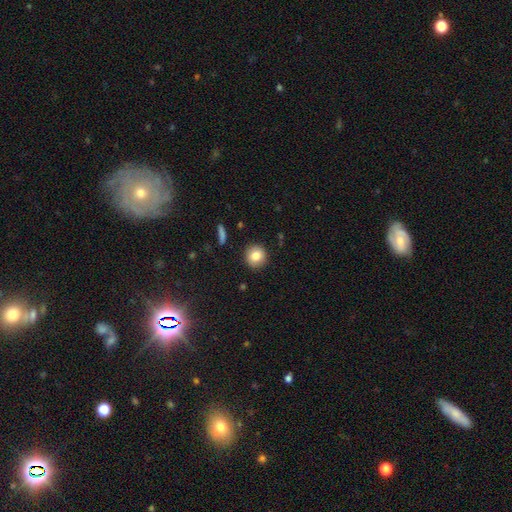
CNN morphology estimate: The model was most divided on "smooth or featured": smooth: 83%, star or artifact: 9%, featured or disk: 8%. More confident: how rounded — round (92%); merging — none (90%).